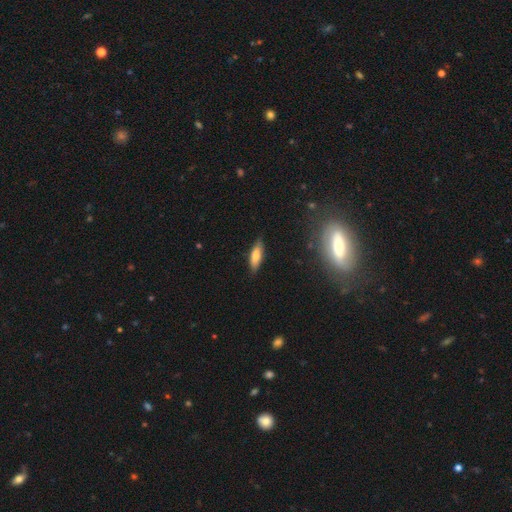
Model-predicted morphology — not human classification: type=smooth (74%); roundness=in between (55%); merging=none (83%).